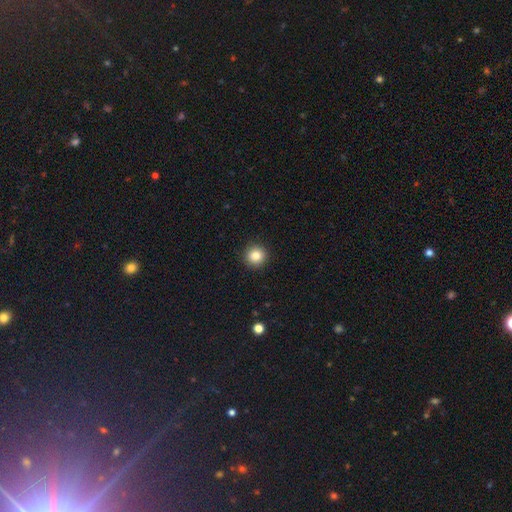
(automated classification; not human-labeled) Smooth or featured? Predicted: smooth (p=0.84). How rounded? Predicted: round (p=0.95). Merging? Predicted: none (p=0.93).